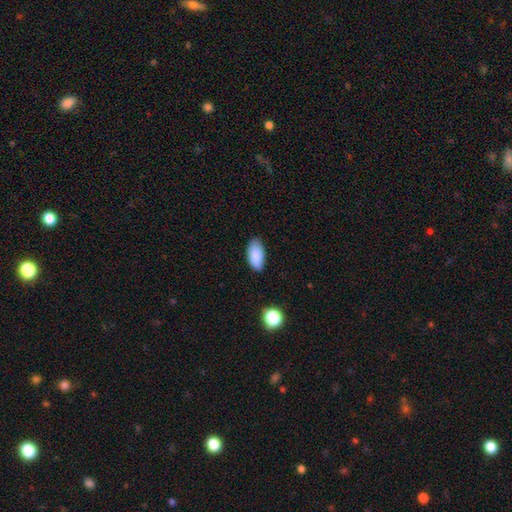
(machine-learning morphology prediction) Smooth or featured: smooth — 88% (star or artifact — 8%)
How rounded: in between — 94% (cigar-shaped — 4%)
Merging: none — 78% (minor disturbance — 18%)